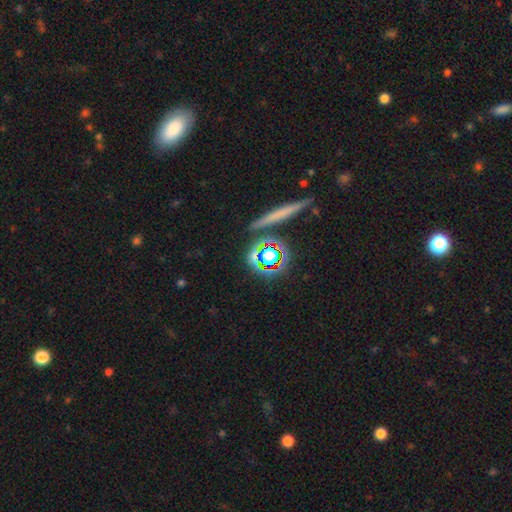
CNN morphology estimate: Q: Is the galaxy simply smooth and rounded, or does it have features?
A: star or artifact — 62%.